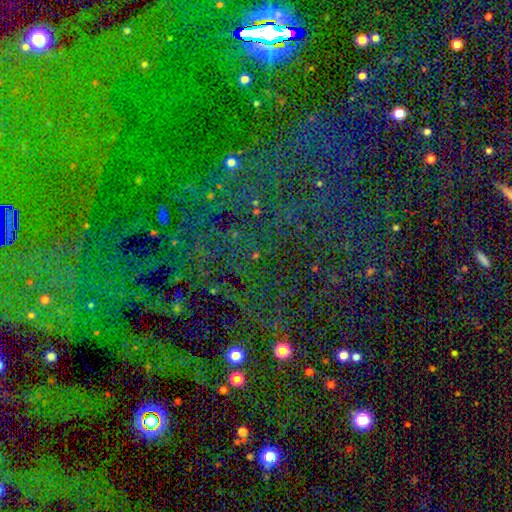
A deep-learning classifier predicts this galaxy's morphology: A star or artifact, not a galaxy (67%).